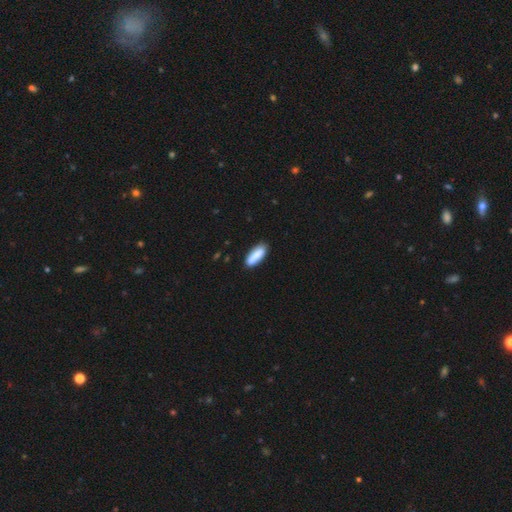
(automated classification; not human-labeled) The model was most divided on "how rounded": in between: 56%, cigar-shaped: 43%, round: 2%. More confident: smooth or featured — smooth (86%); merging — none (84%).